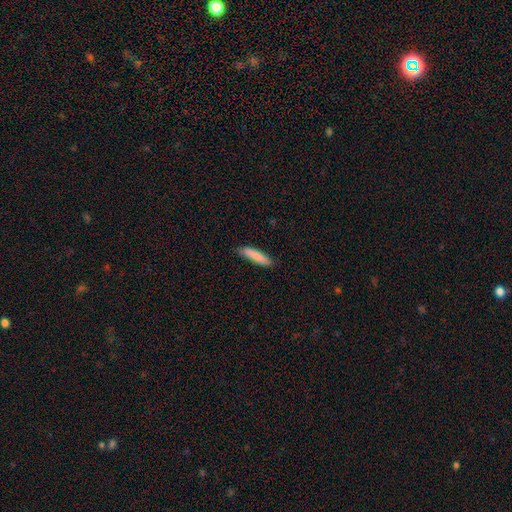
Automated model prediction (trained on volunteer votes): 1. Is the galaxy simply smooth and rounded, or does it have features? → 84% smooth, 10% featured or disk, 6% star or artifact.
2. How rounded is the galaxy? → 83% cigar-shaped, 16% in between, 1% round.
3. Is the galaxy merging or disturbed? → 84% none, 13% minor disturbance, 2% major disturbance, 1% merger.